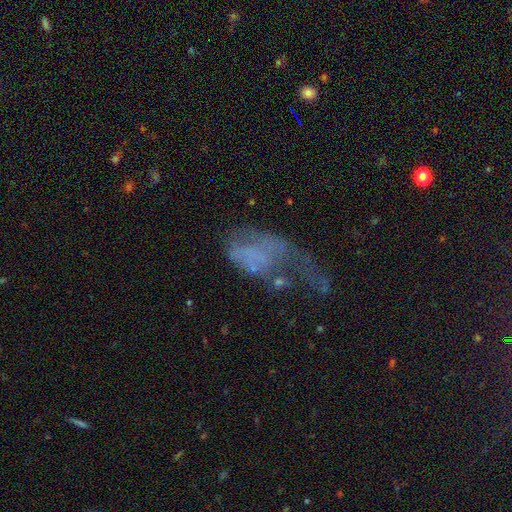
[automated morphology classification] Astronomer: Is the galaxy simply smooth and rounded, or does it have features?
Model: featured or disk — 48% (runner-up: smooth, 35%).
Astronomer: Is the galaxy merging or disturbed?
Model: major disturbance — 60%.